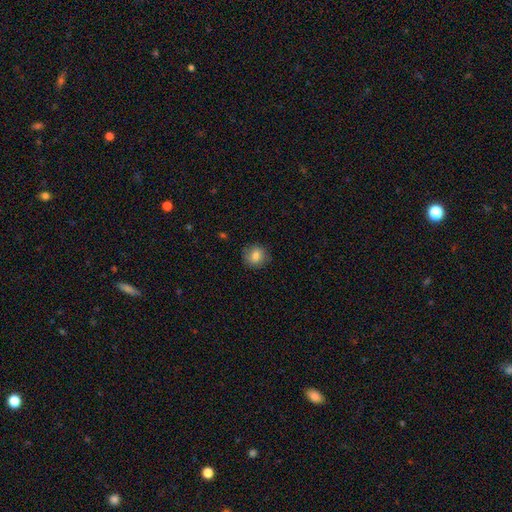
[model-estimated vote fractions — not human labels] The model was most divided on "smooth or featured": smooth: 79%, featured or disk: 12%, star or artifact: 9%. More confident: how rounded — round (84%); merging — none (82%).